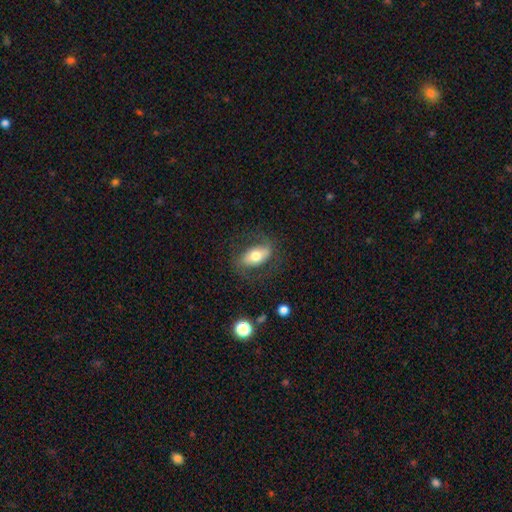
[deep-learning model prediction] Morphology: type=smooth (56%); roundness=in between (88%); merging=none (73%).